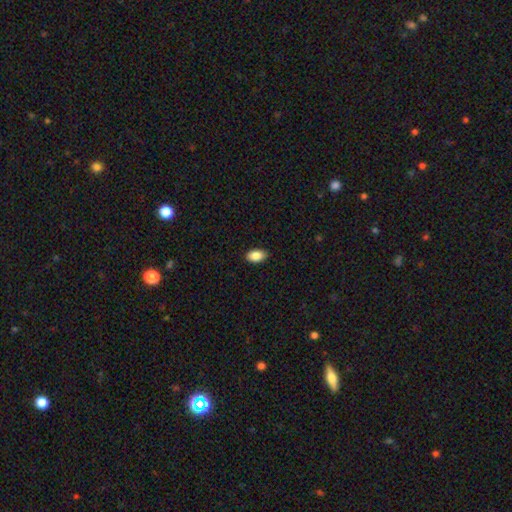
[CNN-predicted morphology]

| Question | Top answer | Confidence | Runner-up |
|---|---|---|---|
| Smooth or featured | smooth | 87% | star or artifact (7%) |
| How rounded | in between | 92% | round (6%) |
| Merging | none | 87% | minor disturbance (10%) |